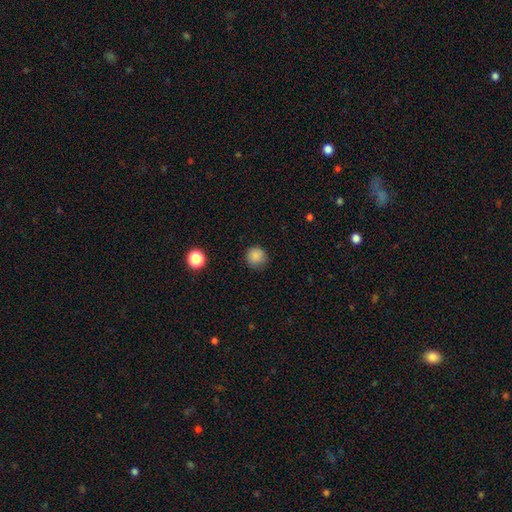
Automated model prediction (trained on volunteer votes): Overall: smooth (85%). How rounded: round (94%). Merging: none (85%).